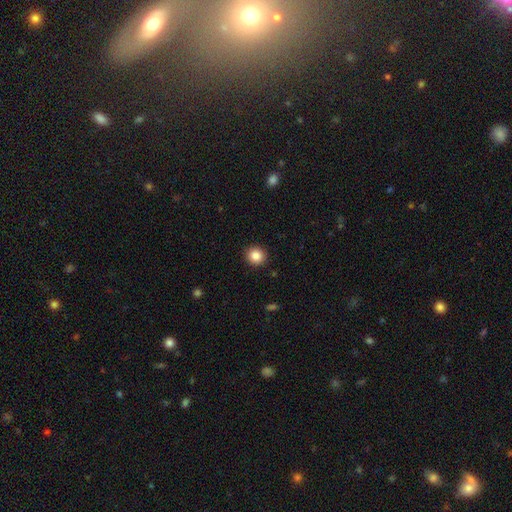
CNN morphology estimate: Q: Smooth or featured?
A: smooth (86%); runner-up: star or artifact (10%)
Q: How rounded?
A: round (89%); runner-up: in between (10%)
Q: Merging?
A: none (92%); runner-up: minor disturbance (5%)